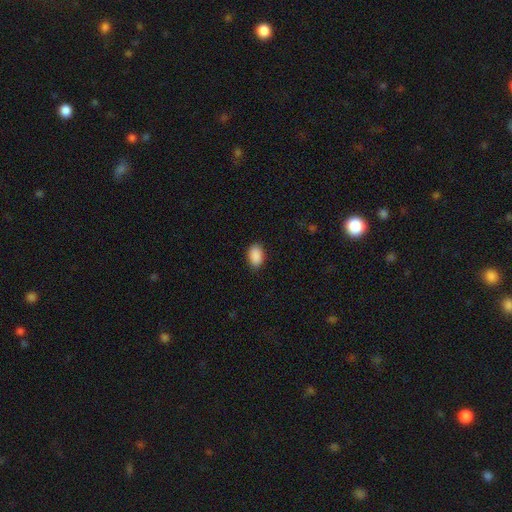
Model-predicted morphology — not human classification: A smooth galaxy with no disk features (90%) that is in between round and cigar-shaped (89%).

Vote fractions:
- Smooth or featured? smooth: 90% / star or artifact: 7% / featured or disk: 3%
- How rounded? in between: 89% / round: 9% / cigar-shaped: 1%
- Merging? none: 86% / minor disturbance: 11% / major disturbance: 2% / merger: 1%